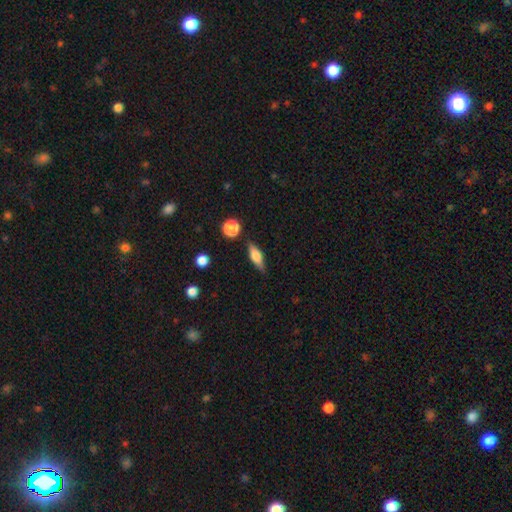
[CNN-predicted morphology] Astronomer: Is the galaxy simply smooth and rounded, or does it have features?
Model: smooth — 53% (runner-up: featured or disk, 39%).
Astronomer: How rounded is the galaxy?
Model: in between — 55% (runner-up: cigar-shaped, 38%).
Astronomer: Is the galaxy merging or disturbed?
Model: none — 80%.